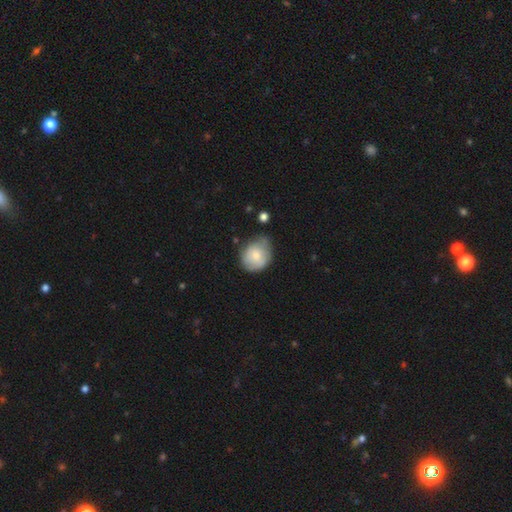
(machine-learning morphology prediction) smooth_or_featured: smooth (p=0.73) [alt: featured or disk p=0.20]
how_rounded: round (p=0.56) [alt: in between p=0.43]
merging: none (p=0.50) [alt: minor disturbance p=0.37]